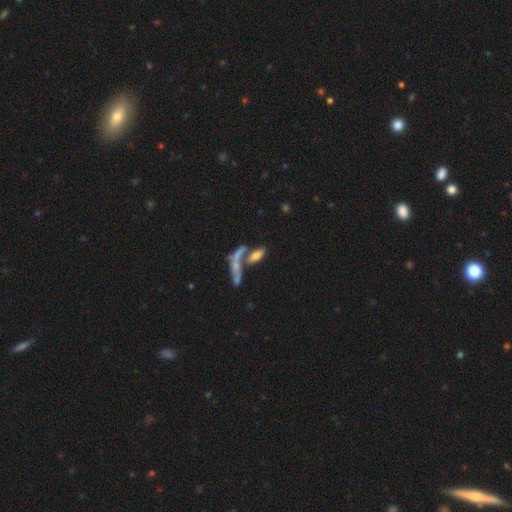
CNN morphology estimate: Smooth or featured: smooth — 62% (featured or disk — 27%)
How rounded: in between — 63% (cigar-shaped — 33%)
Merging: merger — 46% (none — 36%)